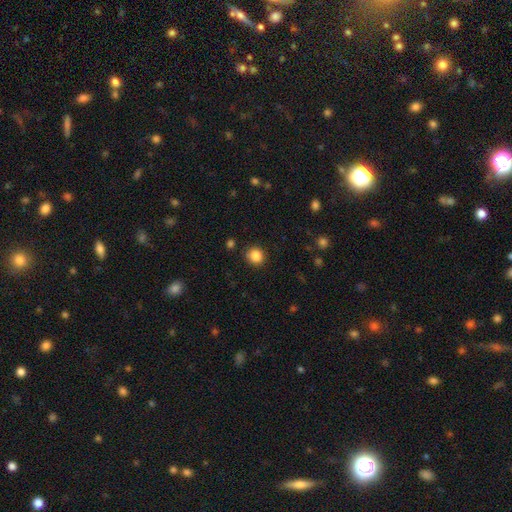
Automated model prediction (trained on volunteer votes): Smooth or featured? smooth (85%)
How rounded? round (84%)
Merging? none (88%)